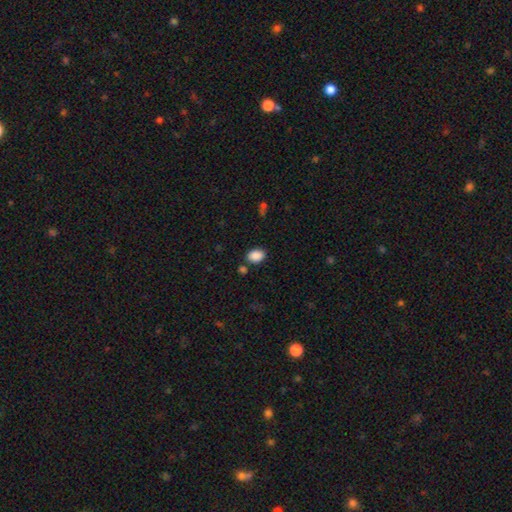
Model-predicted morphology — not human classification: Overall: smooth (89%). How rounded: in between (80%). Merging: none (79%).